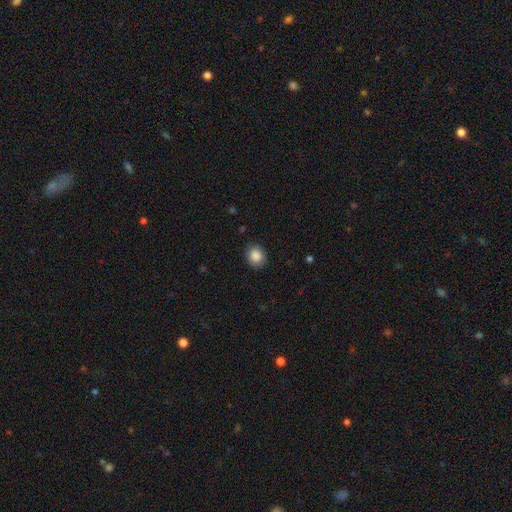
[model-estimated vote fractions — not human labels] Morphology: type=smooth (88%); roundness=round (69%); merging=none (88%).